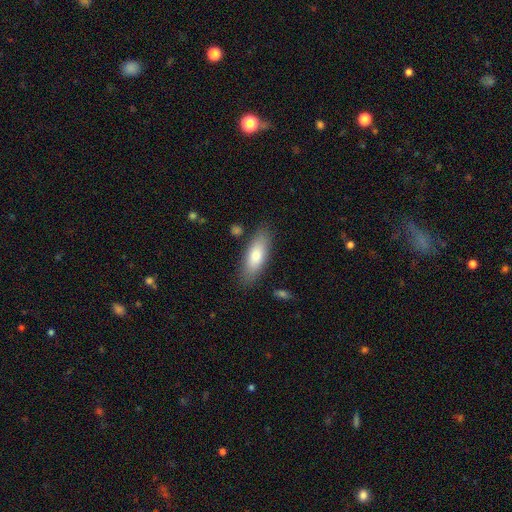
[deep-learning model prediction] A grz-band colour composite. It shows a smooth galaxy with no disk features (75%) that is in between round and cigar-shaped (64%). Merging: none (84%).